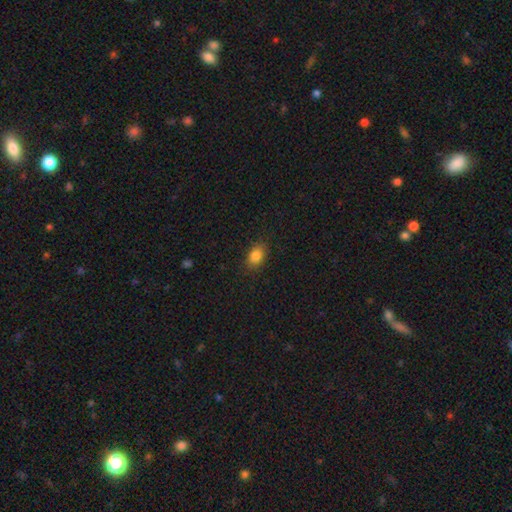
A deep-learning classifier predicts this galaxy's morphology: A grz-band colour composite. It shows a smooth galaxy with no disk features (85%) that is in between round and cigar-shaped (75%). Merging: none (85%).